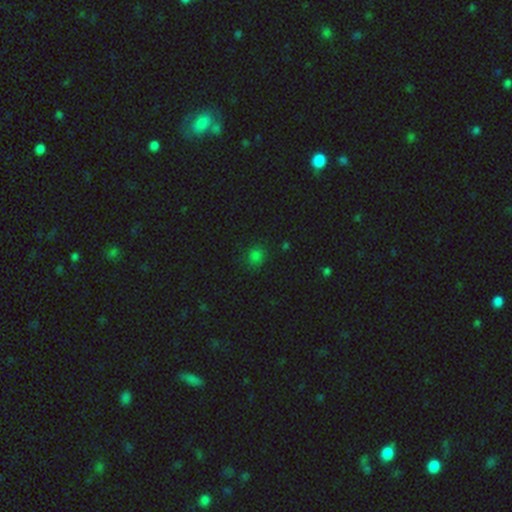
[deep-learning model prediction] smooth 76%, star or artifact 20%, featured or disk 4%. Down the decision tree: how rounded — round (77%); merging — none (84%).